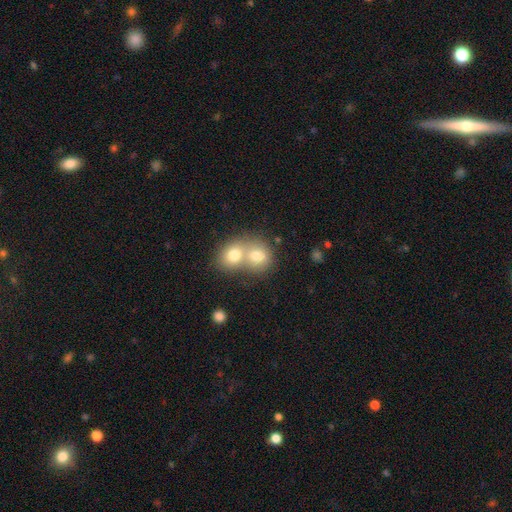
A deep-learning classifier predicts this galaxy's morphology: type=smooth (72%); roundness=round (70%); merging=merger (70%).